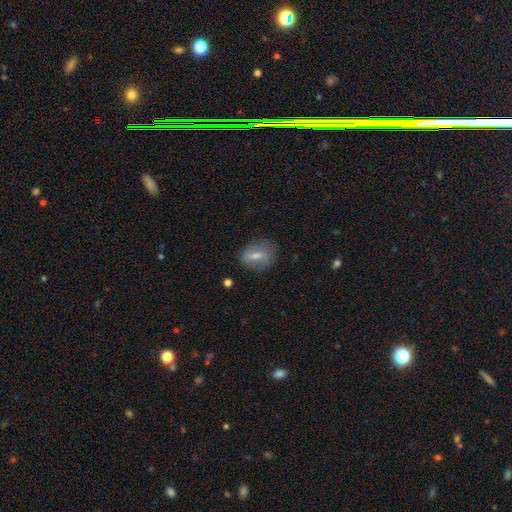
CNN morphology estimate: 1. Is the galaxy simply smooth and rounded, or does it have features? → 51% smooth, 38% featured or disk, 11% star or artifact.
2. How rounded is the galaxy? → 58% in between, 37% round, 5% cigar-shaped.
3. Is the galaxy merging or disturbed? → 78% none, 16% minor disturbance, 5% major disturbance, 2% merger.